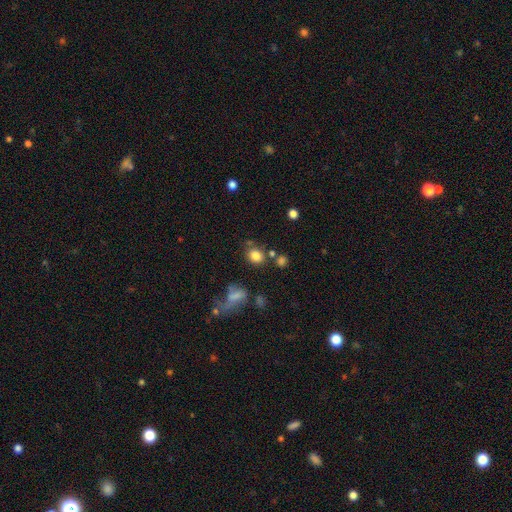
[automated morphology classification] type=smooth (81%); roundness=round (66%); merging=none (68%).